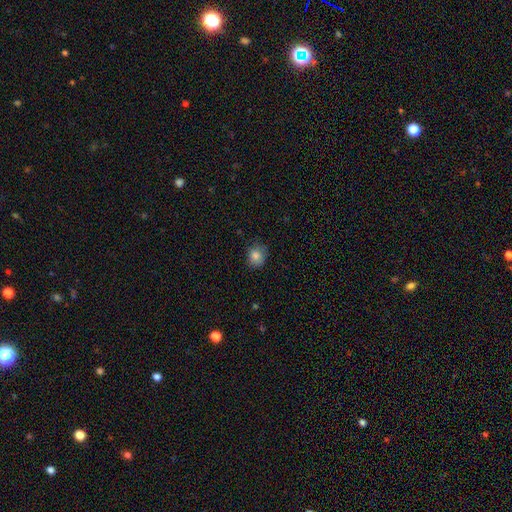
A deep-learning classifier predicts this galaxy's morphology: This appears to be a smooth galaxy with no disk features (83%) that is round (69%). Merging: none (73%).